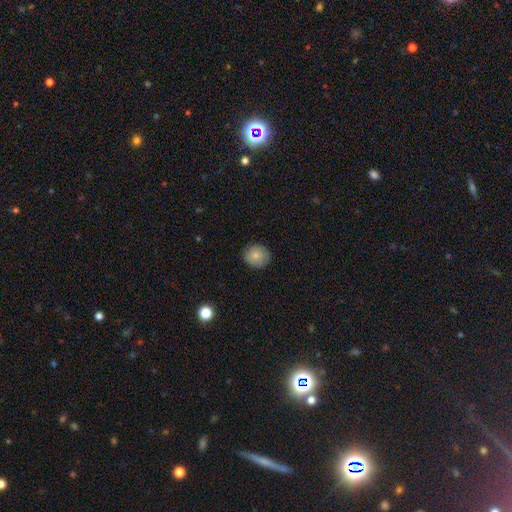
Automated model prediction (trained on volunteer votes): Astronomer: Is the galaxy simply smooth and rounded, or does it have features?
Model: smooth — 82%.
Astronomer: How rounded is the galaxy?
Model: round — 84%.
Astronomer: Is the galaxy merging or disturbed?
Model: none — 85%.